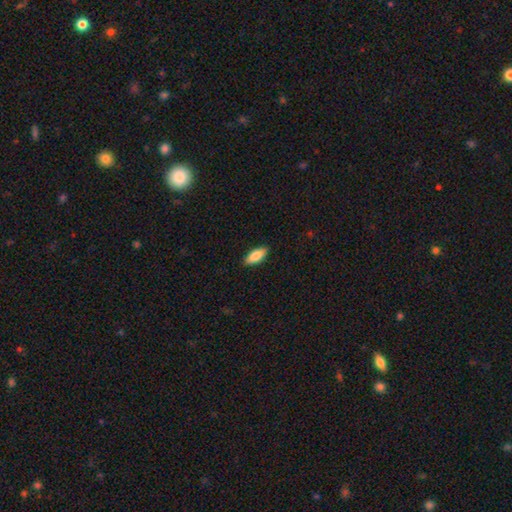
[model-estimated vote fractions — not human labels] Smooth or featured? Predicted: smooth (p=0.84). How rounded? Predicted: in between (p=0.80). Merging? Predicted: none (p=0.89).